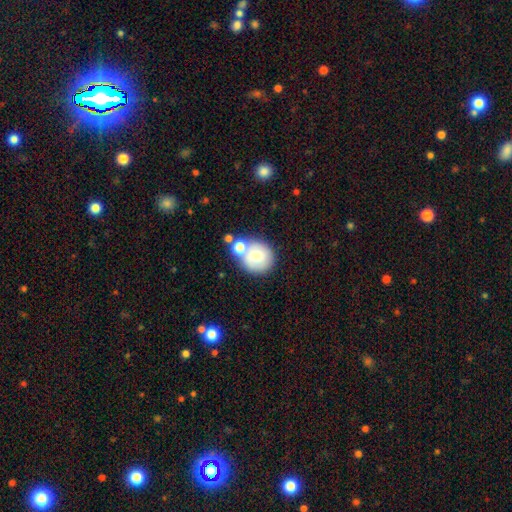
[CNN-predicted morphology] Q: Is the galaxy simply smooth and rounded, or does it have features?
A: smooth — 70%.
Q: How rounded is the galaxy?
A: round — 85%.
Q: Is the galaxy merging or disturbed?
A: none — 53%.